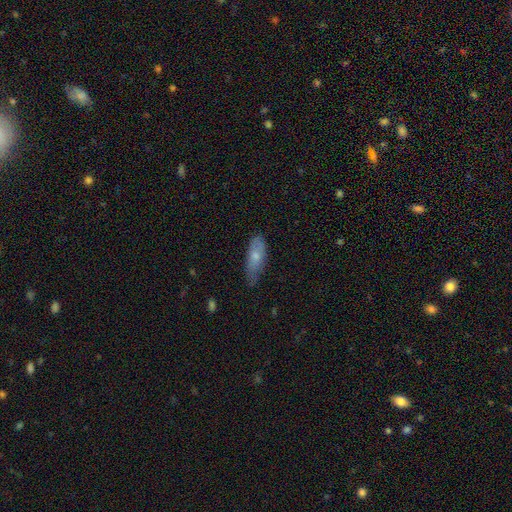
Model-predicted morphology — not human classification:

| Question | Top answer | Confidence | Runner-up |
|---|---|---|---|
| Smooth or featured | smooth | 67% | featured or disk (27%) |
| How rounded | in between | 60% | cigar-shaped (37%) |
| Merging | none | 58% | minor disturbance (33%) |